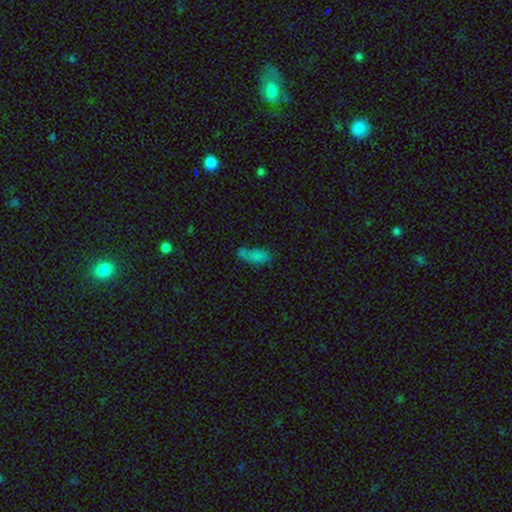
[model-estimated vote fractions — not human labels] Overall: smooth (75%). How rounded: in between (81%). Merging: none (45%; minor disturbance 23%).